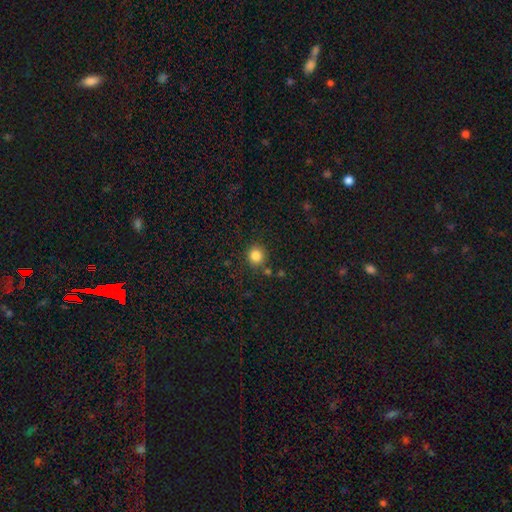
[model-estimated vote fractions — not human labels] Morphology: type=smooth (84%); roundness=round (91%); merging=none (83%).